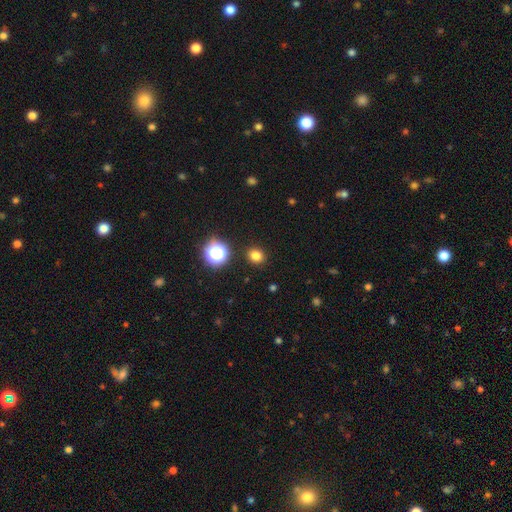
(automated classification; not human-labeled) Smooth or featured? smooth (79%)
How rounded? round (71%)
Merging? none (90%)